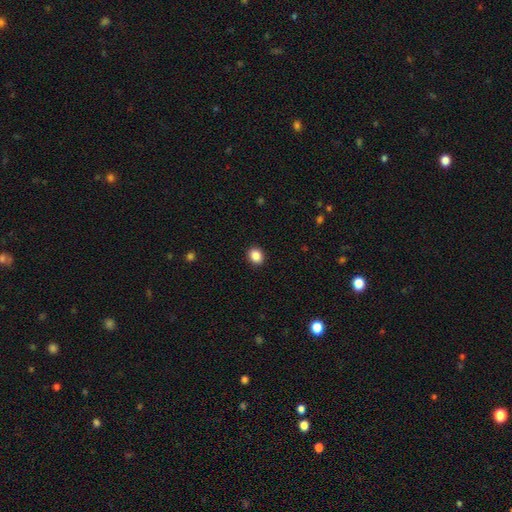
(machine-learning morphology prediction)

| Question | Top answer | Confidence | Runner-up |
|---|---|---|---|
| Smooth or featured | smooth | 87% | star or artifact (9%) |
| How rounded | round | 61% | in between (38%) |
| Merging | none | 91% | minor disturbance (6%) |